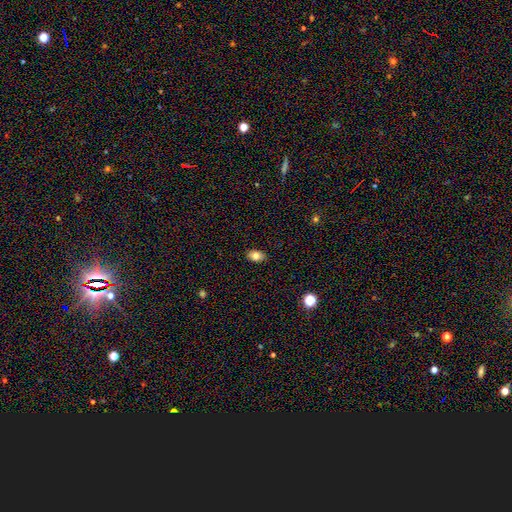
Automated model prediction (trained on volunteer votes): Q: Smooth or featured?
A: smooth (81%); runner-up: featured or disk (10%)
Q: How rounded?
A: in between (82%); runner-up: round (17%)
Q: Merging?
A: none (88%); runner-up: minor disturbance (9%)